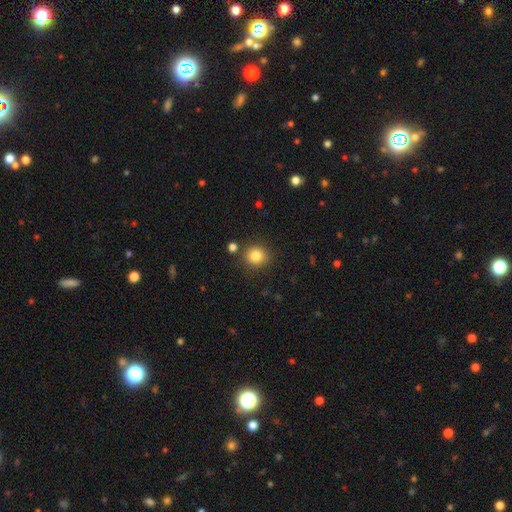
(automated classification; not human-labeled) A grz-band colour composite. It shows a smooth galaxy with no disk features (83%) that is round (87%). Merging: none (85%).